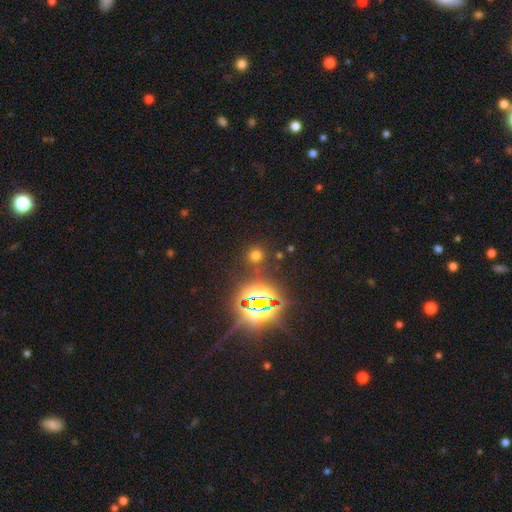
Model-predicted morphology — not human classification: A smooth galaxy with no disk features (54%) that is round (89%). Merging: none (83%).